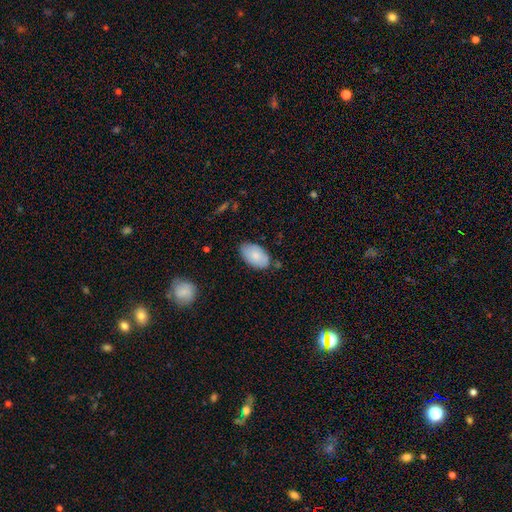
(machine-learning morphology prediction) A smooth galaxy with no disk features (80%) that is in between round and cigar-shaped (95%).

Vote fractions:
- Smooth or featured? smooth: 80% / featured or disk: 14% / star or artifact: 6%
- How rounded? in between: 95% / round: 4% / cigar-shaped: 1%
- Merging? none: 77% / minor disturbance: 18% / major disturbance: 3% / merger: 3%